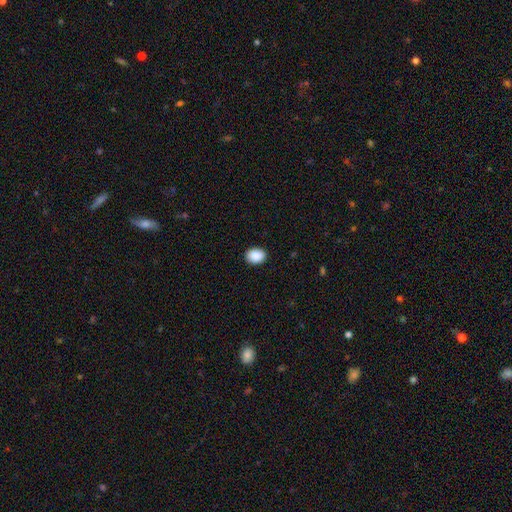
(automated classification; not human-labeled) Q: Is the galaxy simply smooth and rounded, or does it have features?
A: smooth — 90%.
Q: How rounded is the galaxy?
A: in between — 63%.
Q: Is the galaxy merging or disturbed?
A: none — 90%.